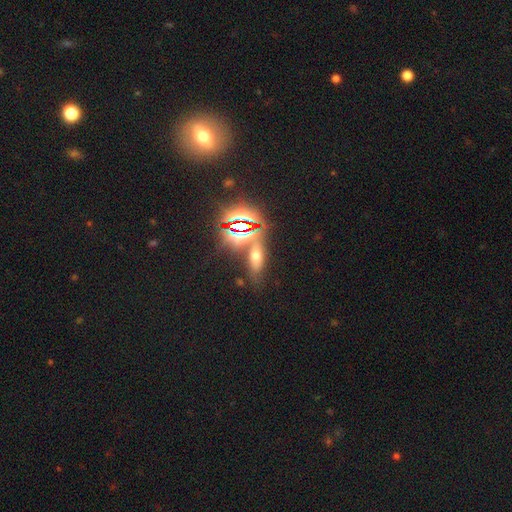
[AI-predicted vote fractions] This is marginally a smooth galaxy (43%). Merging: likely none (68%).